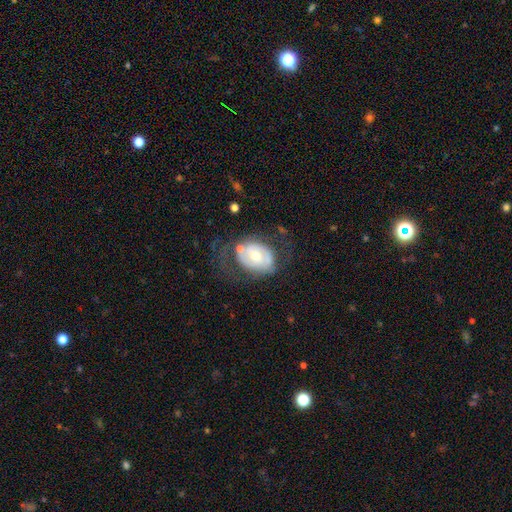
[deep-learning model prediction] Morphology: type=featured or disk (61%); edge-on=no (95%); bar=no (61%); spiral arms=yes (59%); bulge=moderate (62%); merging=none (45%).